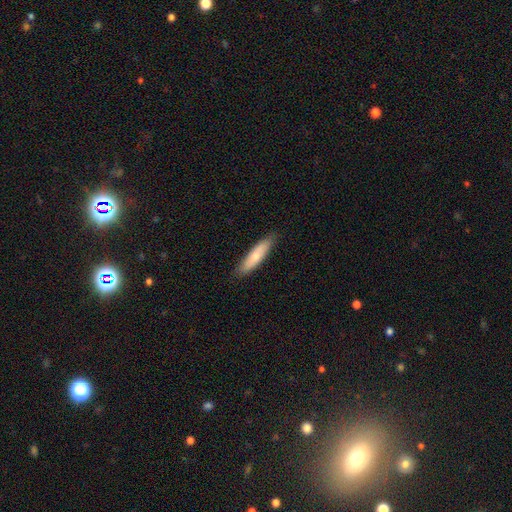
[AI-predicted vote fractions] Smooth or featured?
  - smooth: 71% *
  - featured or disk: 23%
  - star or artifact: 5%
How rounded?
  - cigar-shaped: 70% *
  - in between: 28%
  - round: 2%
Merging?
  - none: 85% *
  - minor disturbance: 12%
  - major disturbance: 2%
  - merger: 1%